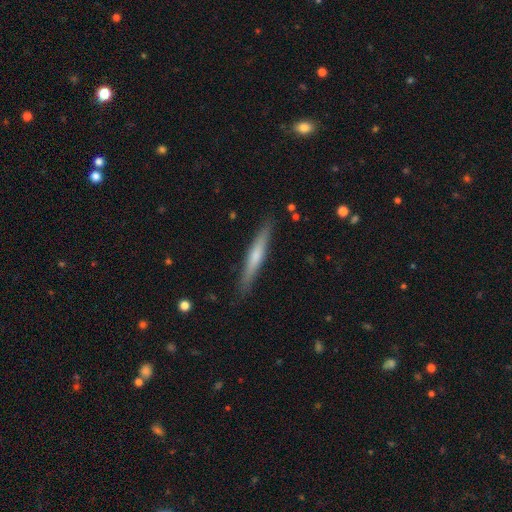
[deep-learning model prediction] smooth_or_featured: smooth (p=0.51) [alt: featured or disk p=0.43]
how_rounded: cigar-shaped (p=0.94) [alt: in between p=0.05]
merging: none (p=0.88) [alt: minor disturbance p=0.09]